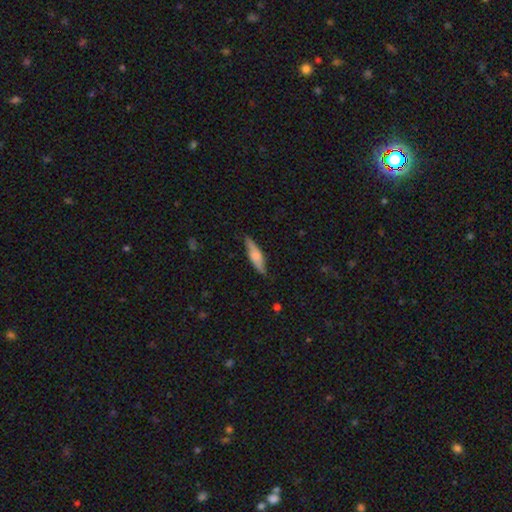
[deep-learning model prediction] This is possibly a smooth galaxy (57%). How rounded: likely cigar-shaped (61%). Merging: likely none (79%).